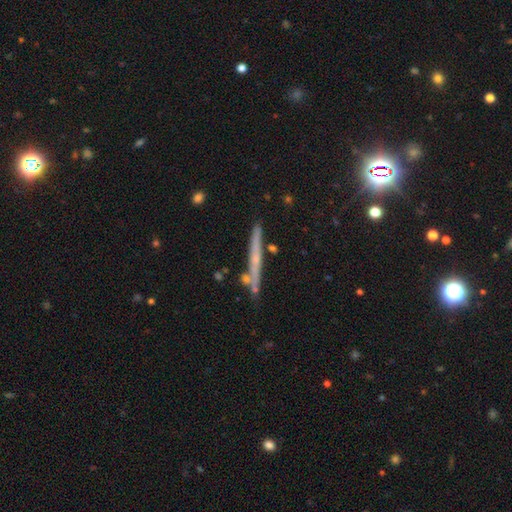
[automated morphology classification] A featured or disk galaxy (54%) viewed edge-on (94%) with no central bulge (72%).

Vote fractions:
- Smooth or featured? featured or disk: 54% / smooth: 33% / star or artifact: 14%
- Edge-on disk? yes: 94% / no: 6%
- Edge-on bulge? none: 72% / rounded: 21% / boxy: 6%
- Merging? none: 79% / minor disturbance: 13% / merger: 5% / major disturbance: 3%